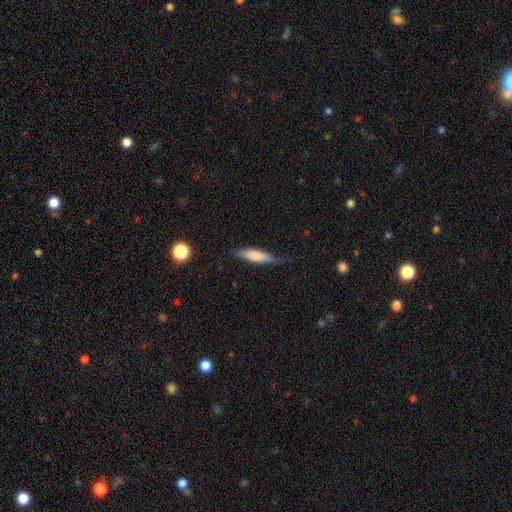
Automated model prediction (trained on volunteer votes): The model was most divided on "how rounded": cigar-shaped: 71%, in between: 28%, round: 2%. More confident: merging — none (75%); smooth or featured — smooth (75%).